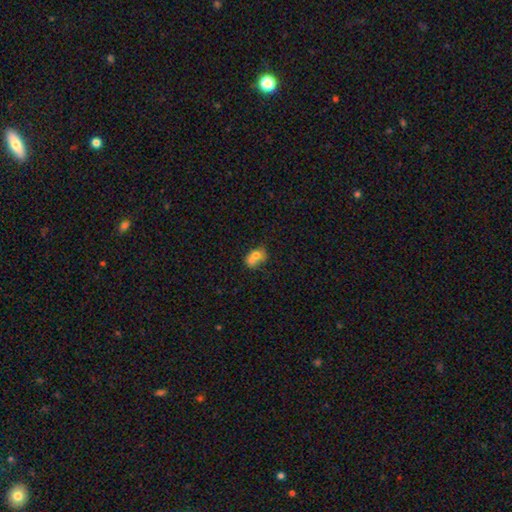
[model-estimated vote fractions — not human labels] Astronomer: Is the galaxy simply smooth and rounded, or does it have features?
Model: smooth — 67%.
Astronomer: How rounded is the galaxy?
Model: round — 52% (runner-up: in between, 47%).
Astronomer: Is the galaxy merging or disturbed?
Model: merger — 61%.